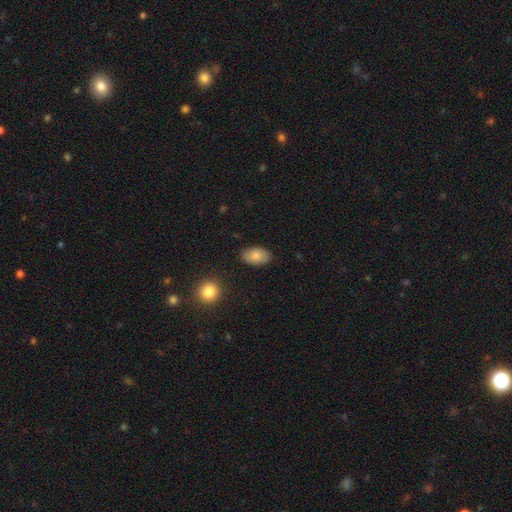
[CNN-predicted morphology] Q: Smooth or featured?
A: smooth (85%); runner-up: featured or disk (8%)
Q: How rounded?
A: in between (92%); runner-up: round (7%)
Q: Merging?
A: none (85%); runner-up: minor disturbance (10%)